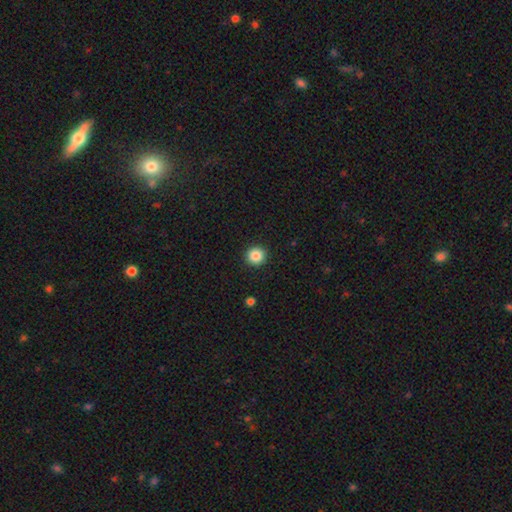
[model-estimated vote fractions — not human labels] Smooth or featured: smooth — 86% (star or artifact — 10%)
How rounded: round — 94% (in between — 5%)
Merging: none — 93% (minor disturbance — 4%)